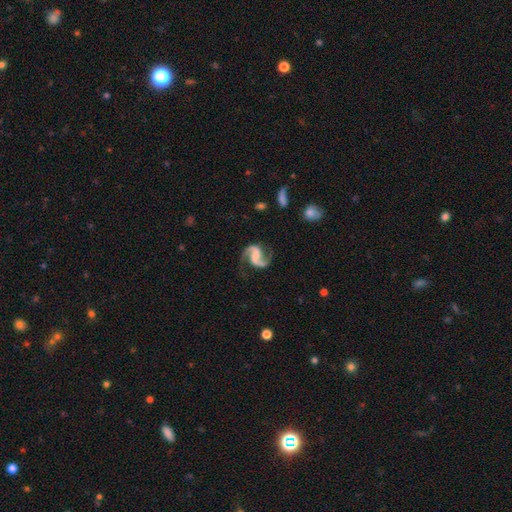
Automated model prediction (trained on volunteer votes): Overall: featured or disk (93%). Edge-on disk: no (98%). Bar: weak (42%; strong 30%). Spiral arms: yes (98%). Spiral arm count: 2 (94%). Spiral winding: medium (52%; loose 39%). Bulge size: none (36%; small 32%). Merging: none (78%).